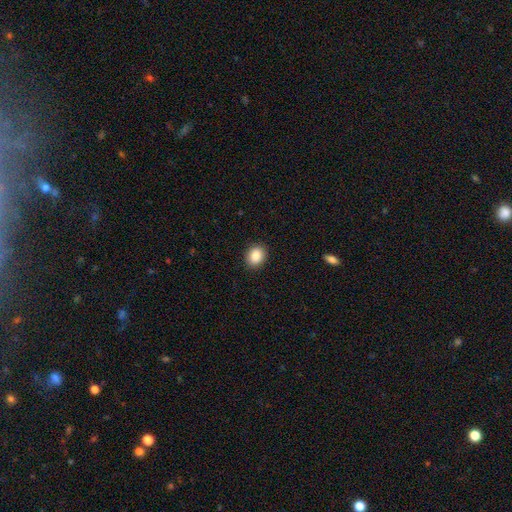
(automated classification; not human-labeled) Morphology: type=smooth (88%); roundness=round (52%); merging=none (90%).